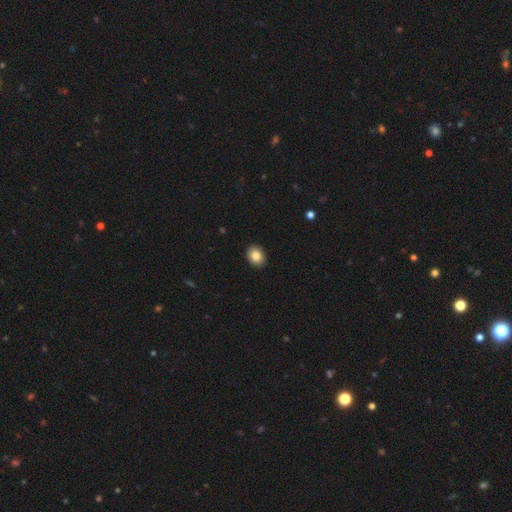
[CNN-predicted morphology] Smooth or featured: smooth — 85% (star or artifact — 8%)
How rounded: in between — 58% (round — 41%)
Merging: none — 91% (minor disturbance — 6%)